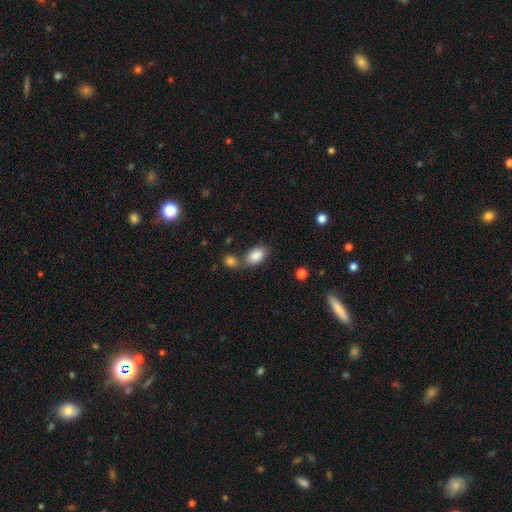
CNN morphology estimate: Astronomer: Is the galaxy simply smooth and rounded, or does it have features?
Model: smooth — 87%.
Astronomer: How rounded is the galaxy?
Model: in between — 91%.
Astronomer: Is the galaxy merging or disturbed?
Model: none — 58%.